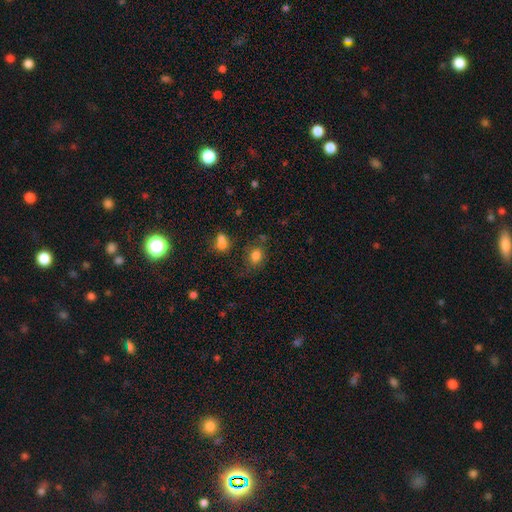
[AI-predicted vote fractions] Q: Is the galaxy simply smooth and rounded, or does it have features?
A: smooth — 81%.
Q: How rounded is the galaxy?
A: in between — 50%.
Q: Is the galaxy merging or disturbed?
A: none — 71%.